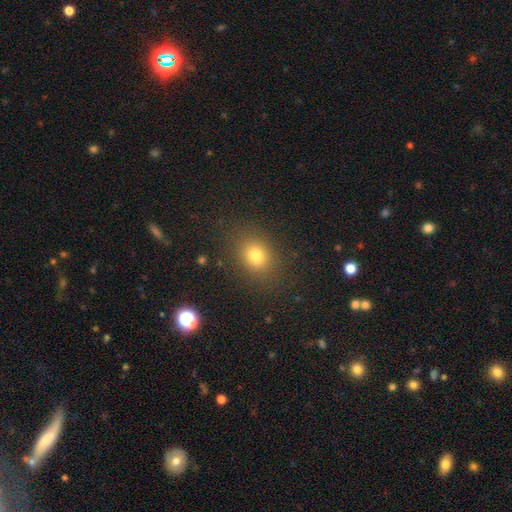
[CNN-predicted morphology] This appears to be a smooth galaxy with no disk features (77%) that is round (57%). Merging: none (84%).